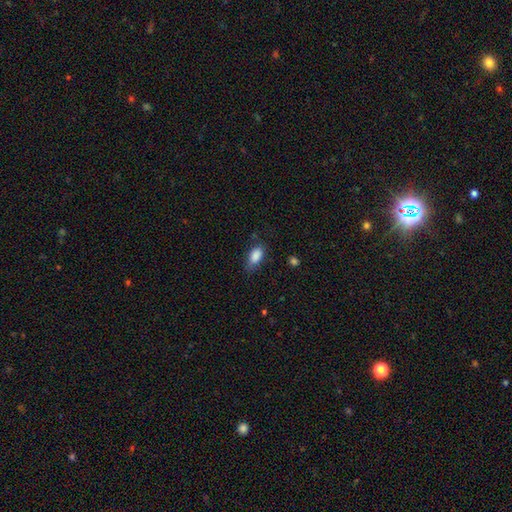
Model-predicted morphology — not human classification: Smooth or featured: smooth — 86% (star or artifact — 8%)
How rounded: in between — 89% (cigar-shaped — 6%)
Merging: none — 64% (minor disturbance — 27%)